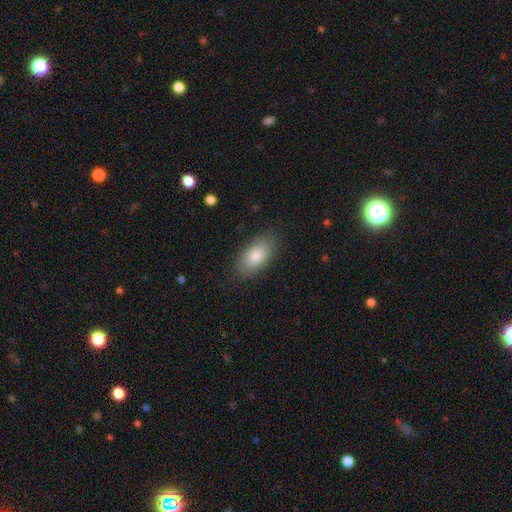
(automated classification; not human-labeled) smooth_or_featured: smooth (p=0.82) [alt: featured or disk p=0.11]
how_rounded: in between (p=0.91) [alt: cigar-shaped p=0.05]
merging: none (p=0.85) [alt: minor disturbance p=0.11]